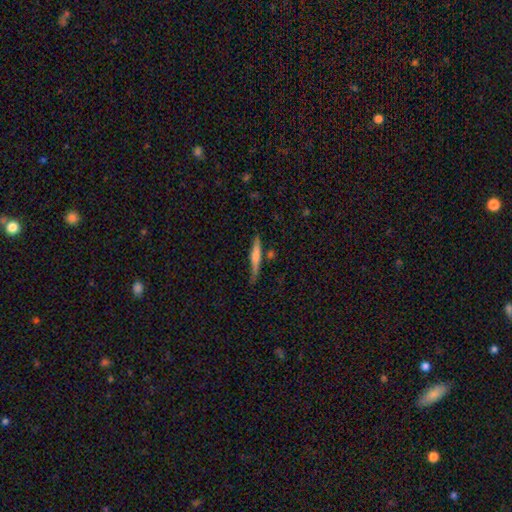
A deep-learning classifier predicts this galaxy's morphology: type=smooth (47%); merging=none (75%).